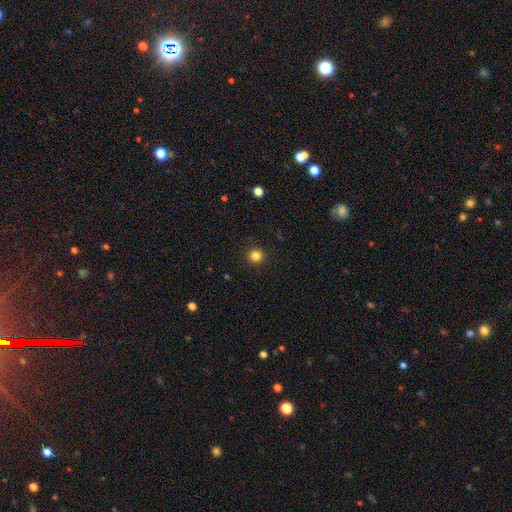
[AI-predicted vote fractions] Q: Smooth or featured?
A: smooth (84%); runner-up: star or artifact (12%)
Q: How rounded?
A: round (94%); runner-up: in between (5%)
Q: Merging?
A: none (92%); runner-up: minor disturbance (5%)